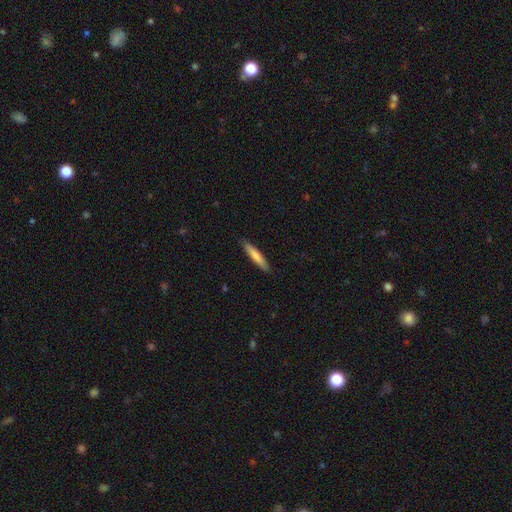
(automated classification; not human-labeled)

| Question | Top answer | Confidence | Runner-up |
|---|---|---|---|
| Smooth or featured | smooth | 77% | featured or disk (18%) |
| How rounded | cigar-shaped | 90% | in between (9%) |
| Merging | none | 89% | minor disturbance (8%) |